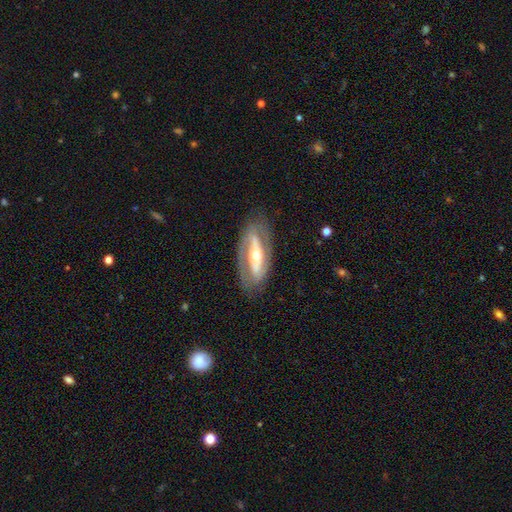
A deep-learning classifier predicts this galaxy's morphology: Smooth or featured? Predicted: featured or disk (p=0.79). Edge-on disk? Predicted: no (p=0.85). Bar? Predicted: strong (p=0.54). Spiral arms? Predicted: yes (p=0.65). Bulge size? Predicted: moderate (p=0.61). Merging? Predicted: none (p=0.78).